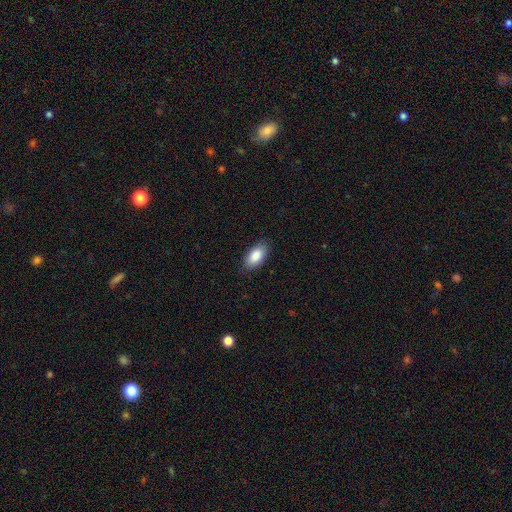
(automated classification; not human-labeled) A smooth galaxy with no disk features (88%) that is in between round and cigar-shaped (93%). Merging: none (86%).